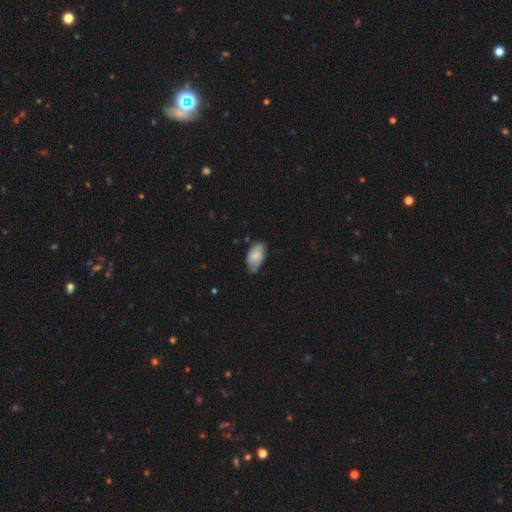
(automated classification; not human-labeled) This appears to be a smooth galaxy with no disk features (74%) that is in between round and cigar-shaped (94%). Merging: none (58%).